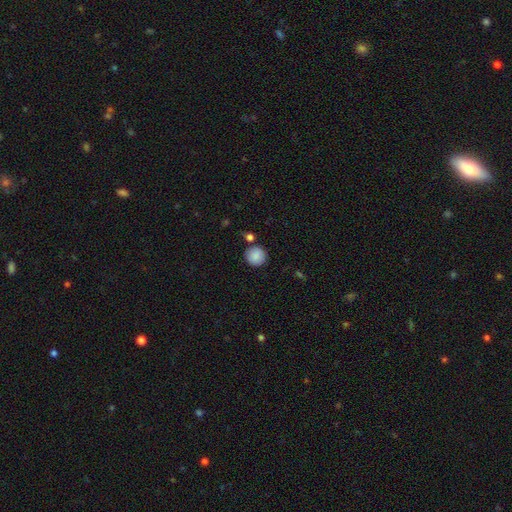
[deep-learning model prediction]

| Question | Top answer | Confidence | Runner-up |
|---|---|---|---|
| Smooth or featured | smooth | 88% | star or artifact (8%) |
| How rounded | round | 93% | in between (6%) |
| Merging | none | 82% | minor disturbance (9%) |